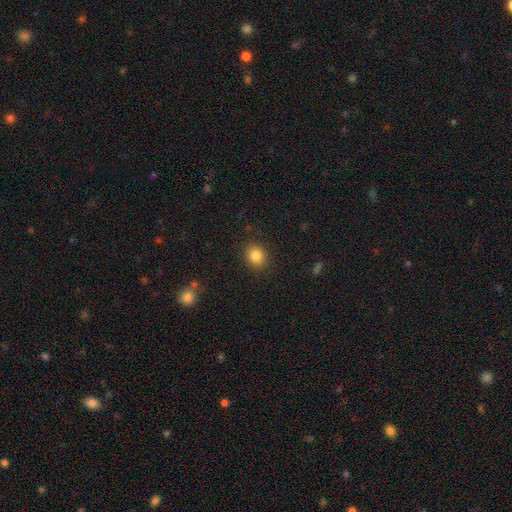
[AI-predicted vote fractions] Overall: smooth (84%). How rounded: round (67%; in between 33%). Merging: none (89%).